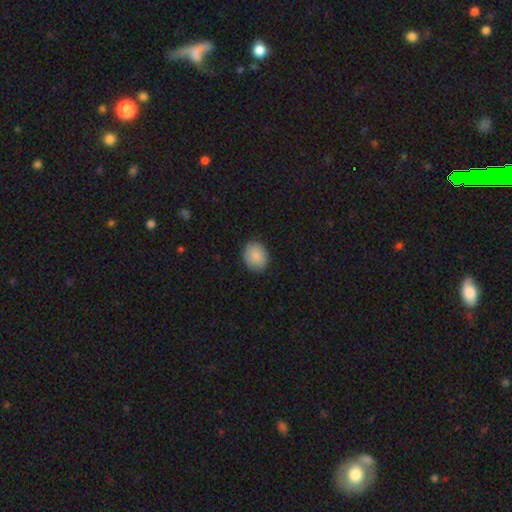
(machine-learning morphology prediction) This appears to be a smooth galaxy with no disk features (88%) that is round (53%). Merging: none (87%).